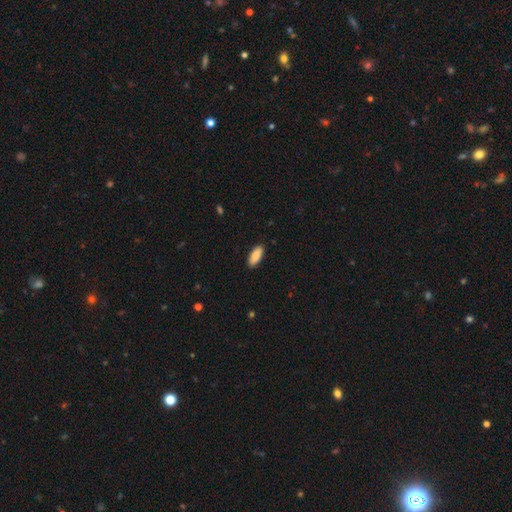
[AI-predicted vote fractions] Smooth or featured? smooth (88%)
How rounded? in between (77%)
Merging? none (90%)